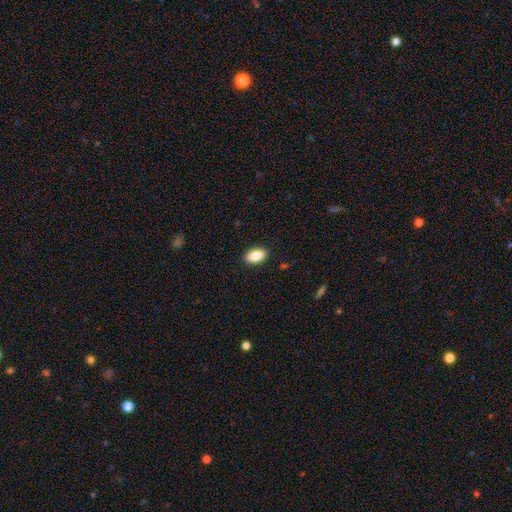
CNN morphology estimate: smooth_or_featured: smooth (p=0.87) [alt: star or artifact p=0.07]
how_rounded: in between (p=0.92) [alt: round p=0.05]
merging: none (p=0.89) [alt: minor disturbance p=0.08]